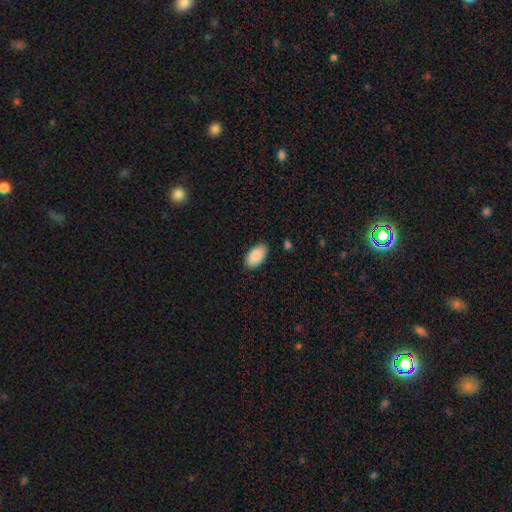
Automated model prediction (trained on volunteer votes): Morphology: type=smooth (88%); roundness=in between (95%); merging=none (84%).